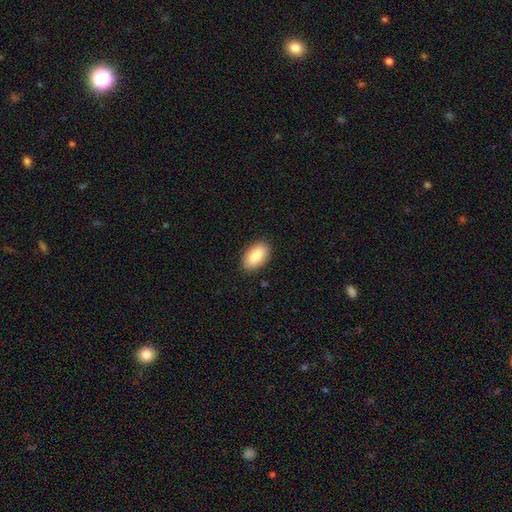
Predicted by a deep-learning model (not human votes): Smooth or featured? smooth (85%)
How rounded? in between (93%)
Merging? none (88%)